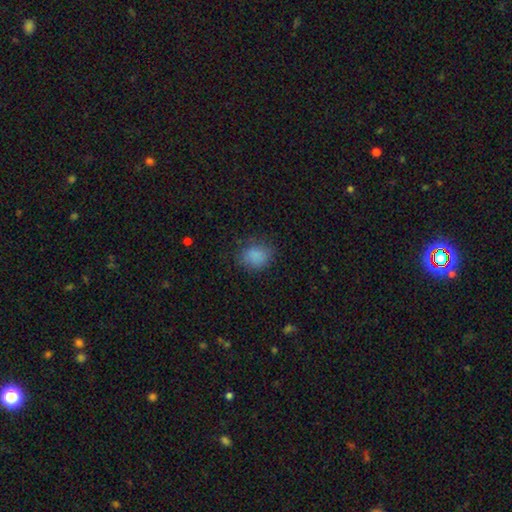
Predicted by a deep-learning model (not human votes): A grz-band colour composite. It shows a smooth galaxy with no disk features (84%) that is round (53%). Merging: none (76%).